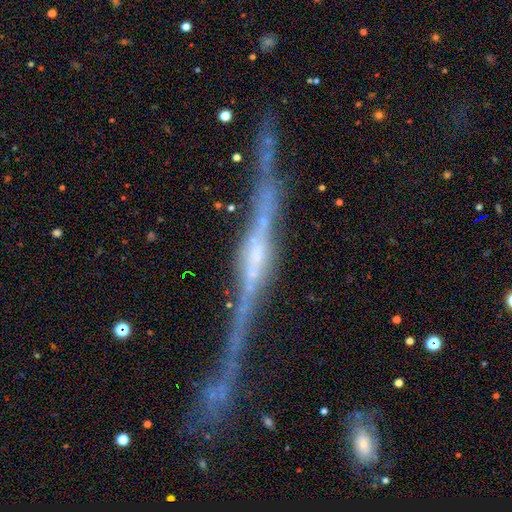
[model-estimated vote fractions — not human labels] A featured or disk galaxy (86%) viewed edge-on (96%) with a rounded central bulge (49%).

Vote fractions:
- Smooth or featured? featured or disk: 86% / star or artifact: 7% / smooth: 6%
- Edge-on disk? yes: 96% / no: 4%
- Edge-on bulge? rounded: 49% / boxy: 30% / none: 22%
- Merging? none: 73% / minor disturbance: 17% / major disturbance: 6% / merger: 4%